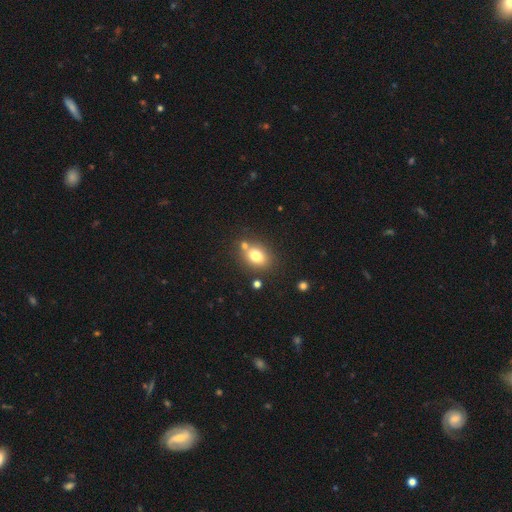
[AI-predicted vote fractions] Morphology: type=smooth (76%); roundness=in between (61%); merging=none (66%).